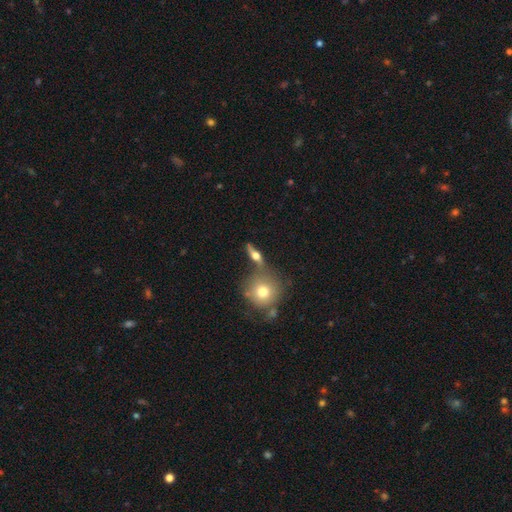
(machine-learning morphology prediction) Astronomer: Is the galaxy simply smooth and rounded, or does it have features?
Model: featured or disk — 45% (runner-up: smooth, 44%).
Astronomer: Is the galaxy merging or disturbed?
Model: none — 56%.